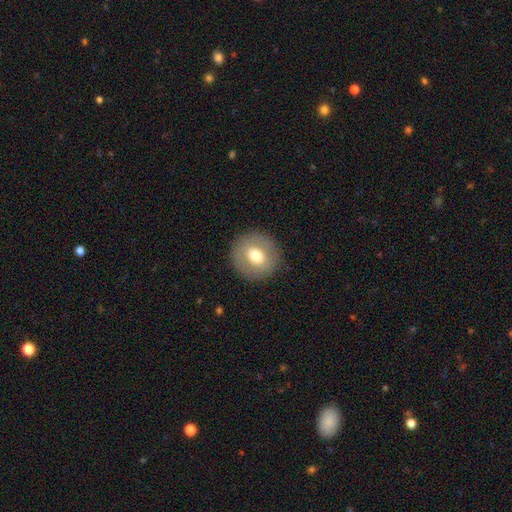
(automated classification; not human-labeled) smooth 68%, featured or disk 24%, star or artifact 8%. Down the decision tree: how rounded — round (90%); merging — none (89%).